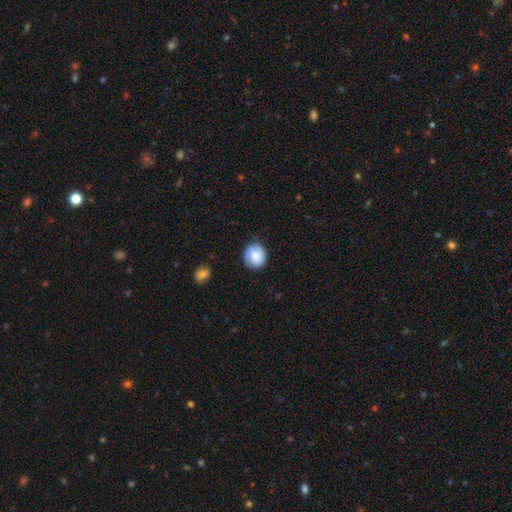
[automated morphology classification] Q: Smooth or featured?
A: smooth (68%); runner-up: featured or disk (24%)
Q: How rounded?
A: round (75%); runner-up: in between (24%)
Q: Merging?
A: none (75%); runner-up: minor disturbance (19%)